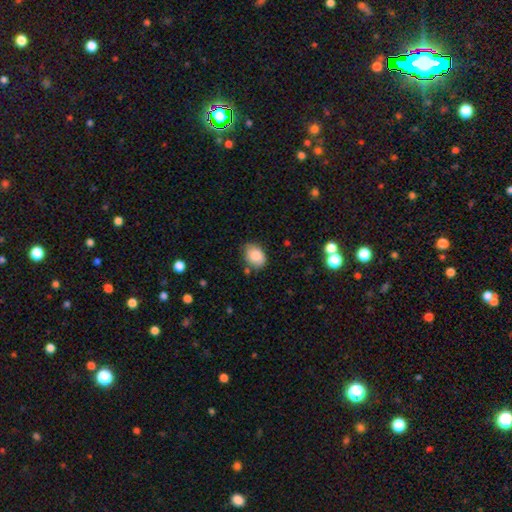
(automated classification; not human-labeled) Smooth or featured? smooth (86%)
How rounded? in between (73%)
Merging? none (70%)